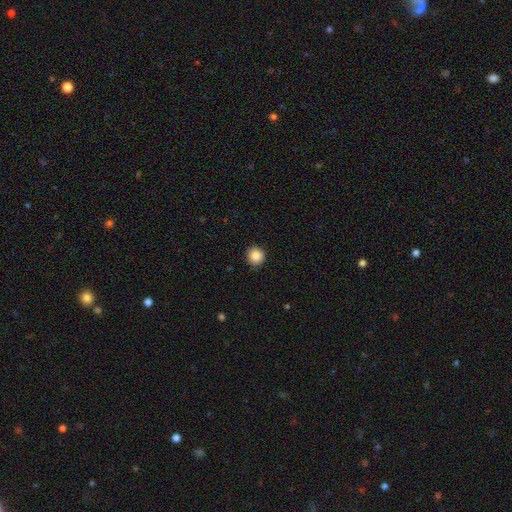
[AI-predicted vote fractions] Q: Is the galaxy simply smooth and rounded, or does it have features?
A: smooth — 88%.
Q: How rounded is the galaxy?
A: round — 92%.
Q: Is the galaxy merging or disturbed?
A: none — 89%.